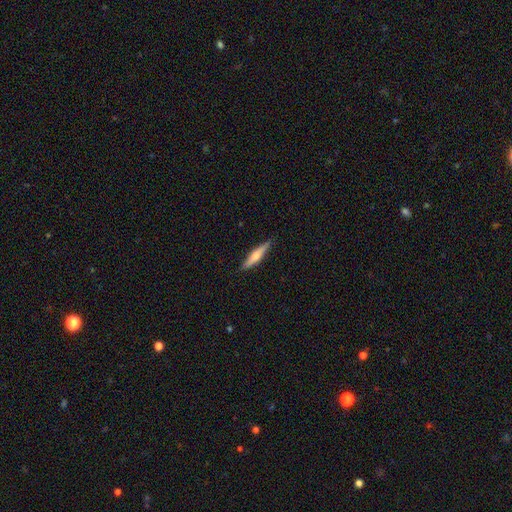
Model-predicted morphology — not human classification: Smooth or featured? Predicted: featured or disk (p=0.55). Edge-on disk? Predicted: yes (p=0.96). Edge-on bulge? Predicted: rounded (p=0.88). Merging? Predicted: none (p=0.89).